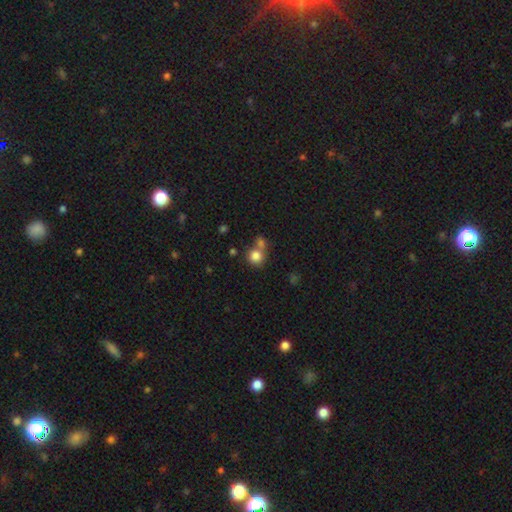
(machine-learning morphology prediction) This is clearly a smooth galaxy (82%). How rounded: clearly round (88%). Merging: possibly none (53%).